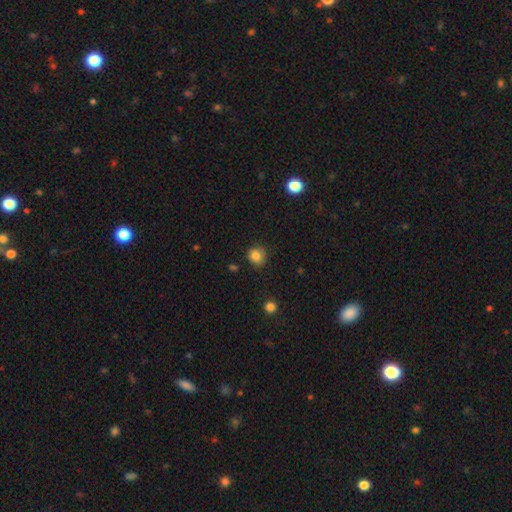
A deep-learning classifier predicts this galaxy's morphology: The model was most divided on "merging": none: 79%, minor disturbance: 16%, major disturbance: 3%, merger: 2%. More confident: how rounded — round (86%); smooth or featured — smooth (84%).